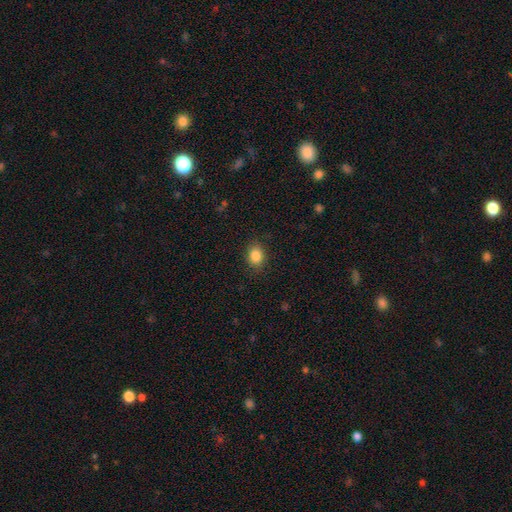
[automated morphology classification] smooth-or-featured: smooth: 86% | star or artifact: 9% | featured or disk: 5%
  how-rounded: in between: 58% | round: 41% | cigar-shaped: 1%
  merging: none: 87% | minor disturbance: 10% | major disturbance: 3% | merger: 1%